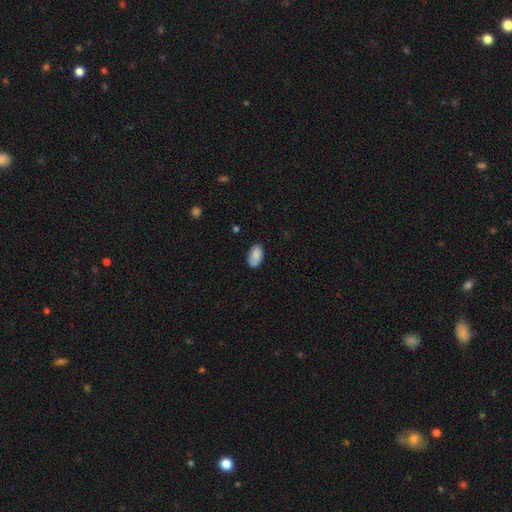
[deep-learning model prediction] A smooth galaxy with no disk features (84%) that is in between round and cigar-shaped (94%). Merging: none (77%).